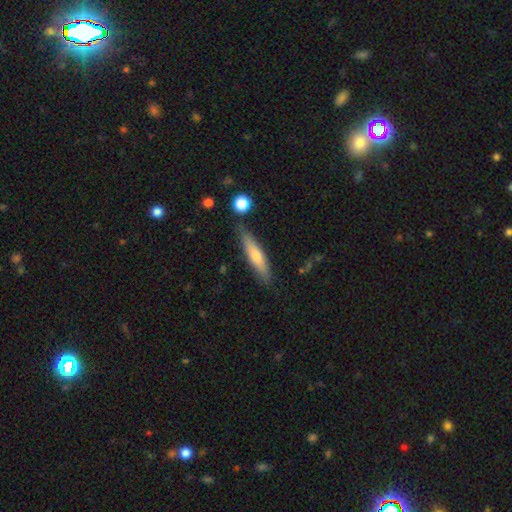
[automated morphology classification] Smooth or featured: smooth — 54% (featured or disk — 39%)
How rounded: cigar-shaped — 87% (in between — 11%)
Merging: none — 82% (minor disturbance — 12%)